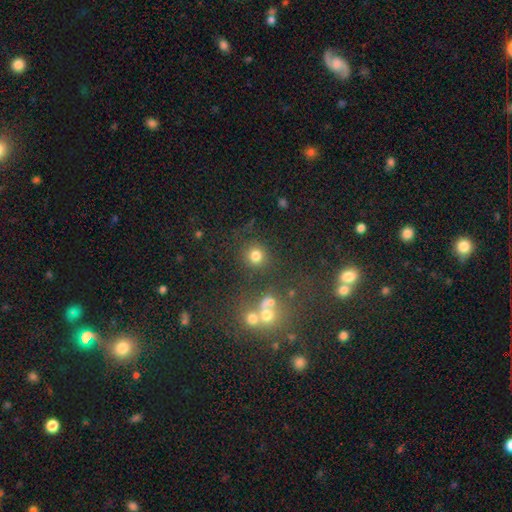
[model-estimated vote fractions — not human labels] Smooth or featured? Predicted: smooth (p=0.77). How rounded? Predicted: round (p=0.92). Merging? Predicted: none (p=0.82).